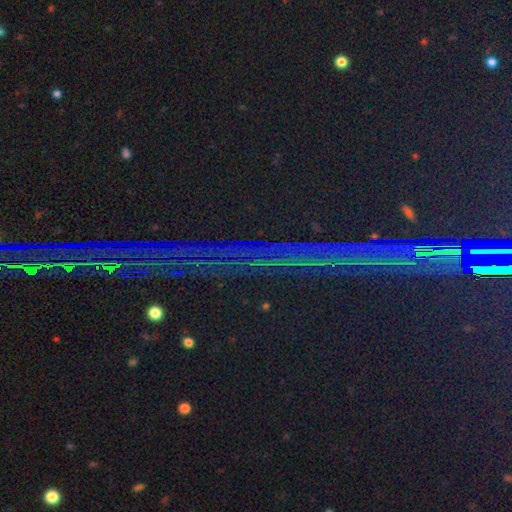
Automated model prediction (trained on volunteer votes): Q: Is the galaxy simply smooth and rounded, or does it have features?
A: star or artifact — 88%.